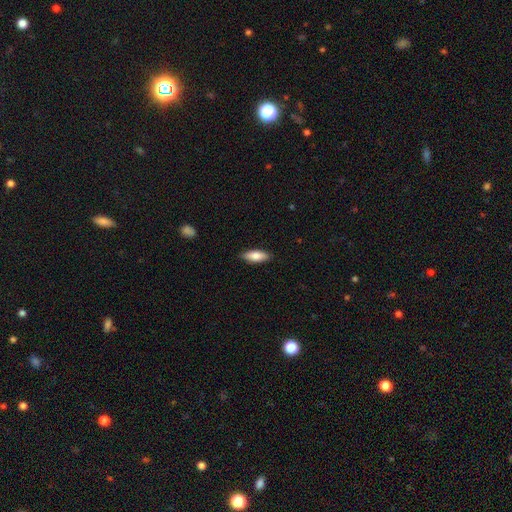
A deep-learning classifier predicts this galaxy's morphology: This appears to be a smooth galaxy with no disk features (81%) that is in between round and cigar-shaped (72%). Merging: none (88%).